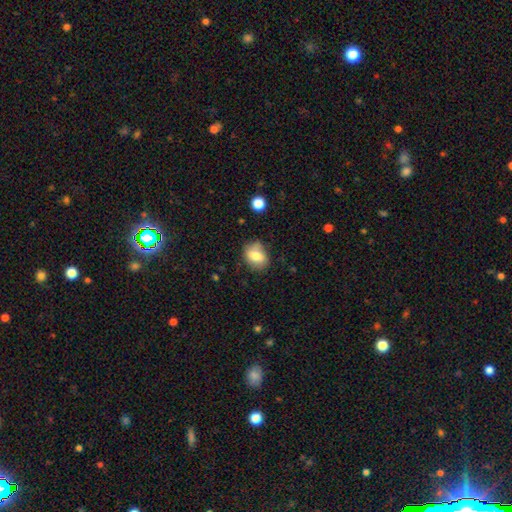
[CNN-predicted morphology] Smooth or featured: smooth — 76% (featured or disk — 16%)
How rounded: in between — 61% (round — 38%)
Merging: none — 67% (minor disturbance — 23%)